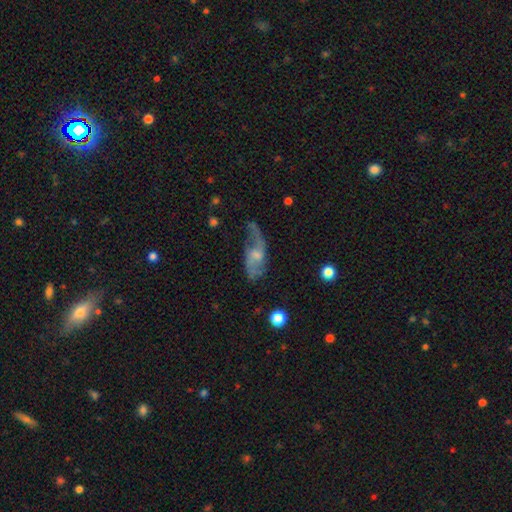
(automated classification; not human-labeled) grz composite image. It shows a featured or disk galaxy (74%) with no bar (49%), 2 (81%) loose (68%) spiral arms (88%) and a small central bulge (48%). Merging: none (48%).